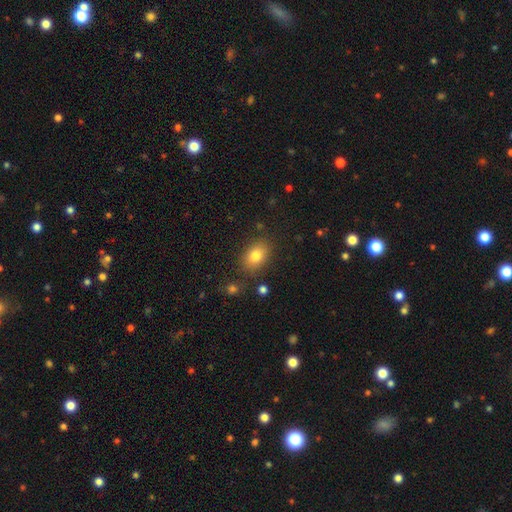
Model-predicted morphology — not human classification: Overall: smooth (81%). How rounded: in between (79%). Merging: none (81%).